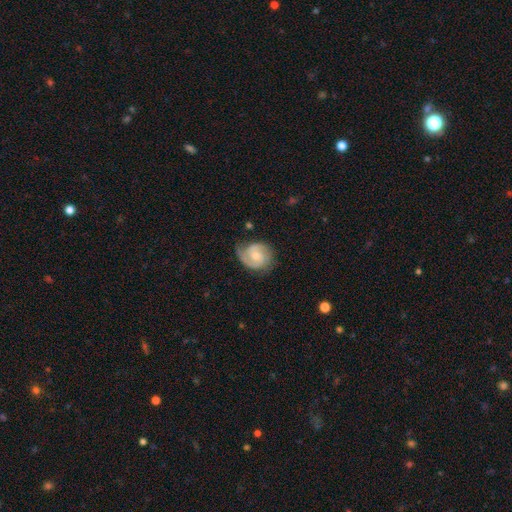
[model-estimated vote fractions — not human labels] Overall: featured or disk (83%). Edge-on disk: no (98%). Bar: no (63%; weak 31%). Spiral arms: yes (96%). Spiral arm count: 2 (78%). Spiral winding: tight (52%; medium 38%). Bulge size: moderate (50%; small 46%). Merging: none (67%).